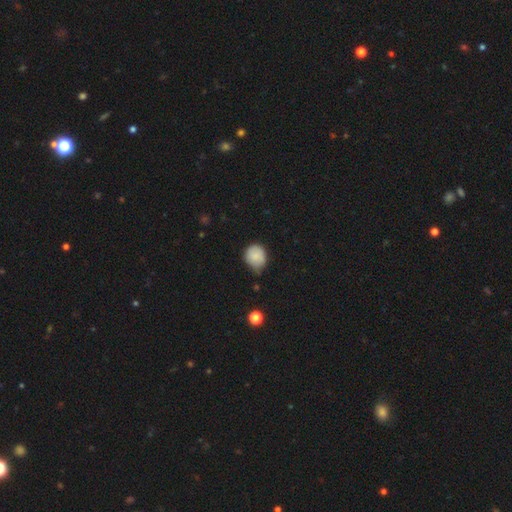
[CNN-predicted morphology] Smooth or featured: smooth — 85% (star or artifact — 8%)
How rounded: round — 74% (in between — 25%)
Merging: none — 49% (minor disturbance — 41%)